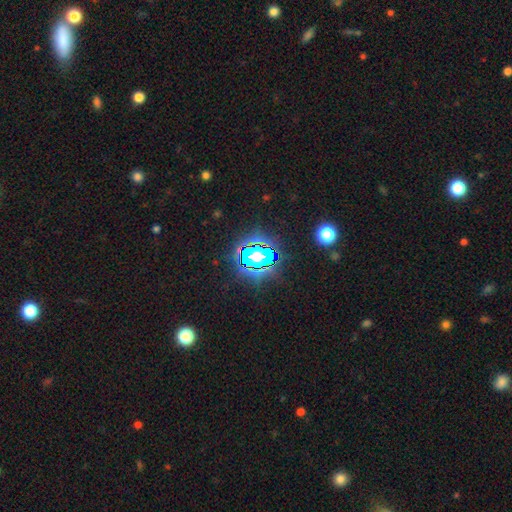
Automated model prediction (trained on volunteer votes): Morphology: type=star or artifact (80%).